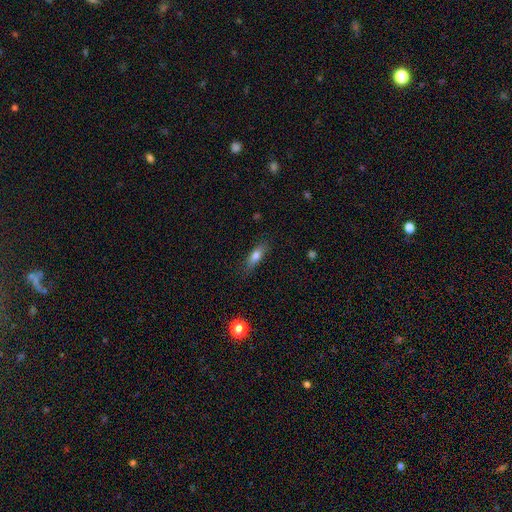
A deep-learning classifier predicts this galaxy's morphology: Overall: smooth (76%). How rounded: in between (61%; cigar-shaped 35%). Merging: none (81%).